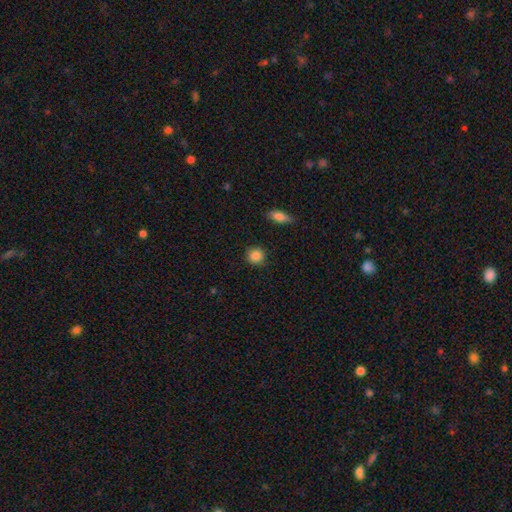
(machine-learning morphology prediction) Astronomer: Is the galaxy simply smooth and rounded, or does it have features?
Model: smooth — 87%.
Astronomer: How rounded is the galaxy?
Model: round — 90%.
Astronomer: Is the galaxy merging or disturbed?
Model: none — 89%.